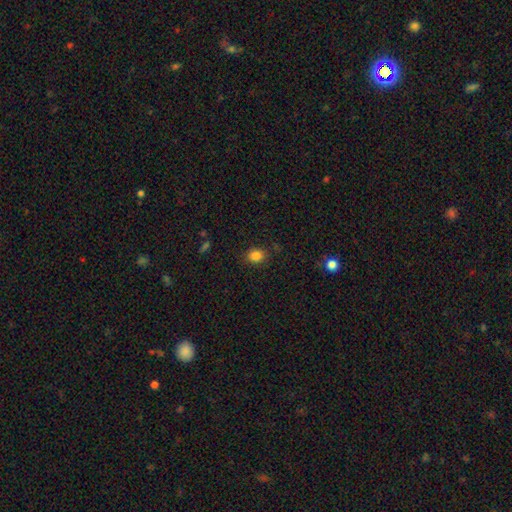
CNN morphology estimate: Overall: smooth (84%). How rounded: round (55%; in between 44%). Merging: none (83%).